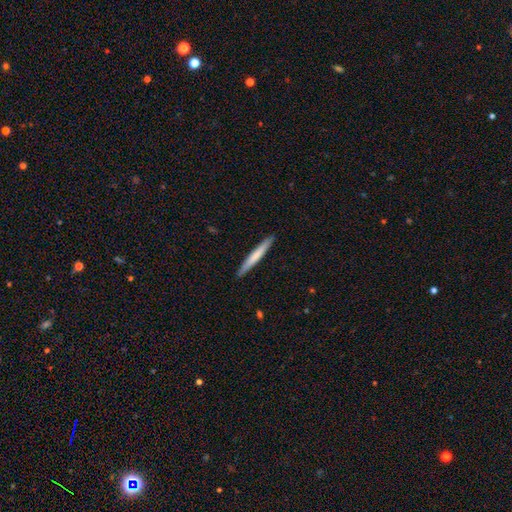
Q: Smooth or featured?
A: smooth (74%); runner-up: featured or disk (21%)
Q: How rounded?
A: cigar-shaped (86%); runner-up: in between (10%)
Q: Merging?
A: none (89%); runner-up: minor disturbance (11%)